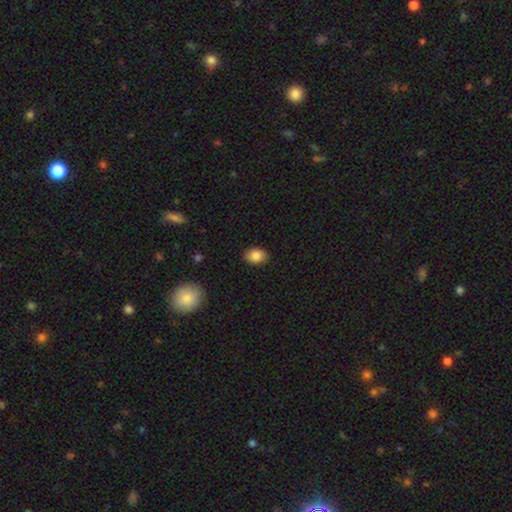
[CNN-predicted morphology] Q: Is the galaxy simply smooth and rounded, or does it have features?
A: smooth — 86%.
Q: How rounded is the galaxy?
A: in between — 74%.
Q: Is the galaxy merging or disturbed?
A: none — 88%.